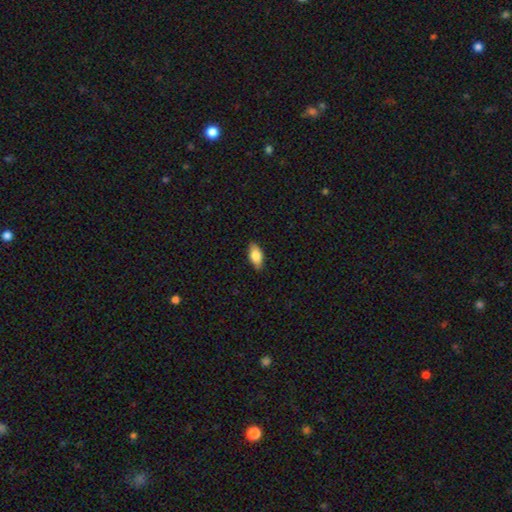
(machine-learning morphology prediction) smooth 80%, featured or disk 13%, star or artifact 6%. Down the decision tree: how rounded — in between (89%); merging — none (88%).